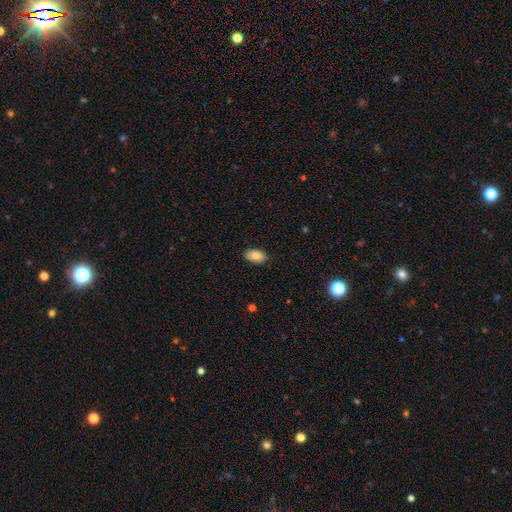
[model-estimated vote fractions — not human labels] Smooth or featured? smooth (84%)
How rounded? in between (93%)
Merging? none (86%)